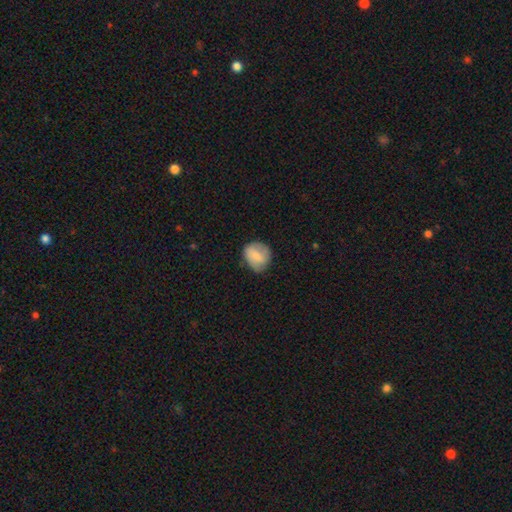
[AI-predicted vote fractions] This is likely a smooth galaxy (71%). How rounded: likely round (68%). Merging: likely none (69%).